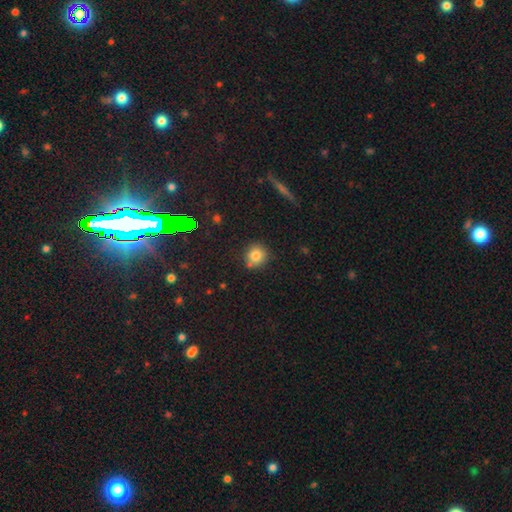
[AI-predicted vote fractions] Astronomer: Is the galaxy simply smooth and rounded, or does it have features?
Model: smooth — 80%.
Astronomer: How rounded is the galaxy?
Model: round — 90%.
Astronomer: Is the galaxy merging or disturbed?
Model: none — 77%.